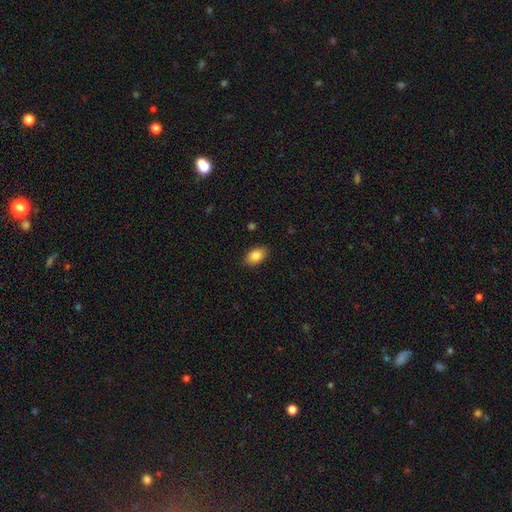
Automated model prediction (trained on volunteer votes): Smooth or featured?
  - smooth: 85% *
  - star or artifact: 8%
  - featured or disk: 7%
How rounded?
  - in between: 89% *
  - round: 10%
  - cigar-shaped: 1%
Merging?
  - none: 88% *
  - minor disturbance: 9%
  - major disturbance: 2%
  - merger: 1%